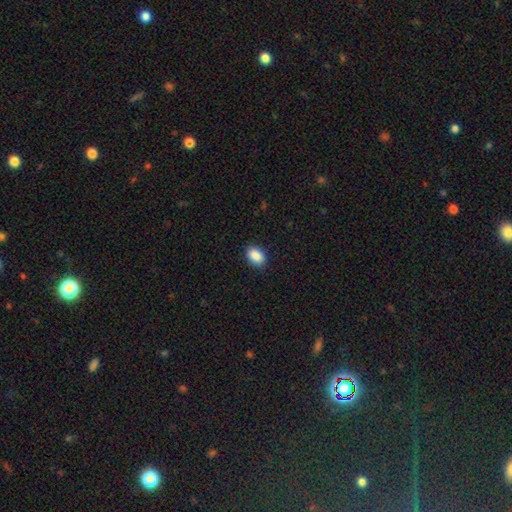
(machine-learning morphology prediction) This appears to be a smooth galaxy with no disk features (89%) that is in between round and cigar-shaped (83%). Merging: none (89%).